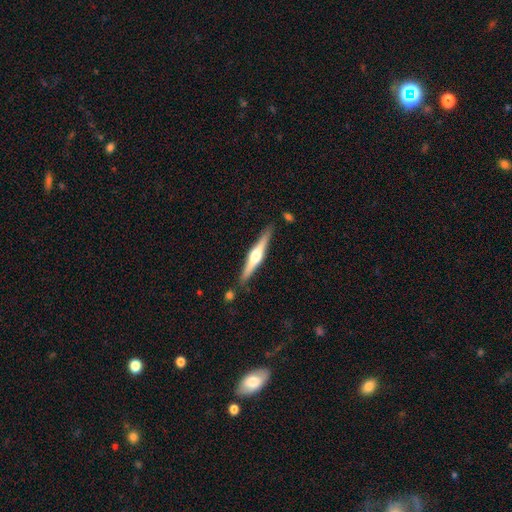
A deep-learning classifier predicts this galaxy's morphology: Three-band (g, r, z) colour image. It shows a featured or disk galaxy (73%) viewed edge-on (98%) with a rounded central bulge (93%). Merging: none (87%).